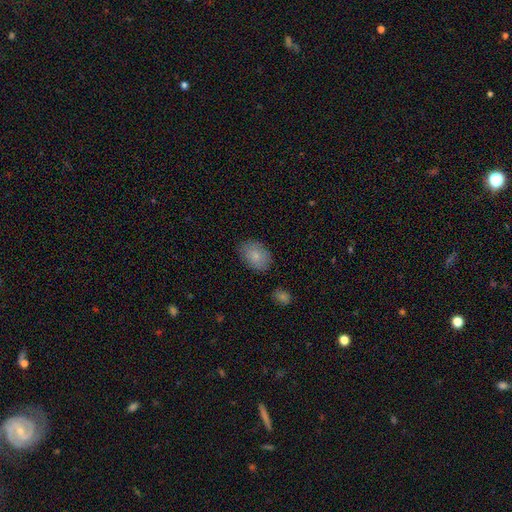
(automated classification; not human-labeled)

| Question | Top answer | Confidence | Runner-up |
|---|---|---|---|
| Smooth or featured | smooth | 82% | featured or disk (11%) |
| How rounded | in between | 75% | round (24%) |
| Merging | none | 81% | minor disturbance (14%) |